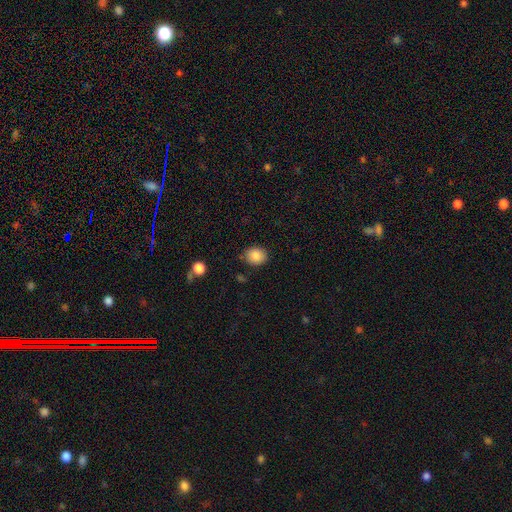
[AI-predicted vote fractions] Smooth or featured? Predicted: smooth (p=0.87). How rounded? Predicted: round (p=0.63). Merging? Predicted: none (p=0.84).